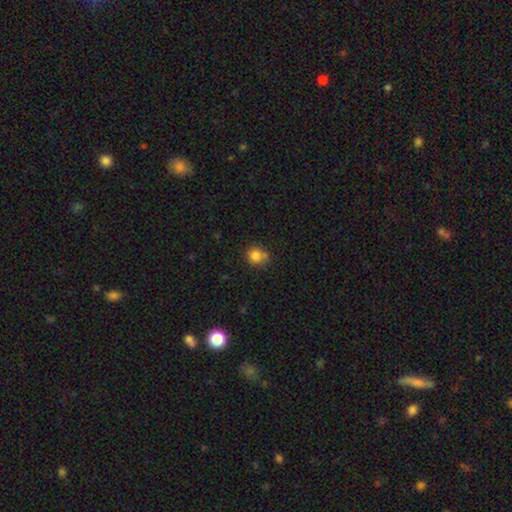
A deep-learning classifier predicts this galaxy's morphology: smooth 82%, star or artifact 11%, featured or disk 7%. Down the decision tree: how rounded — round (72%); merging — none (62%).